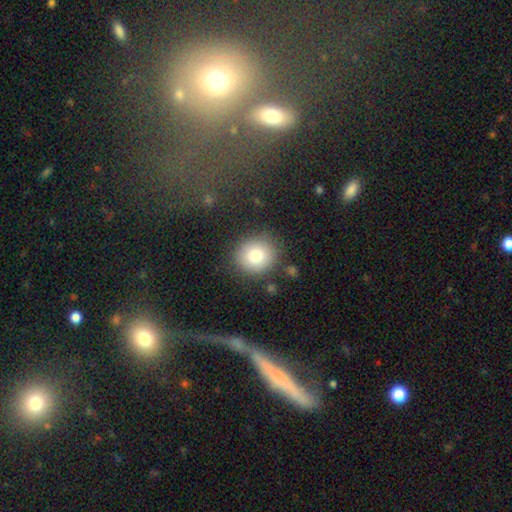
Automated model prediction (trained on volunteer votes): A smooth galaxy with no disk features (81%) that is round (82%). Merging: none (83%).